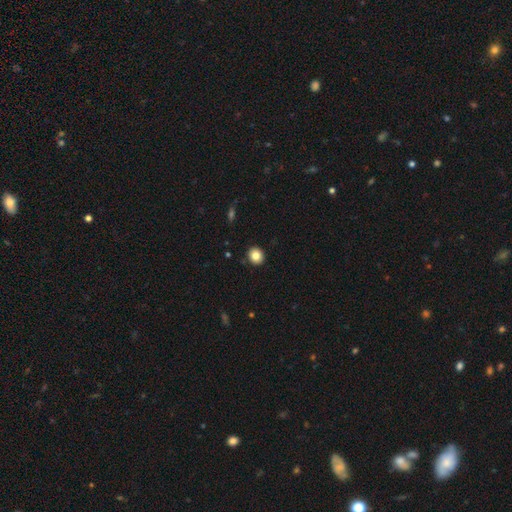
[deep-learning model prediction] The model was most divided on "how rounded": round: 82%, in between: 17%, cigar-shaped: 1%. More confident: merging — none (91%); smooth or featured — smooth (83%).